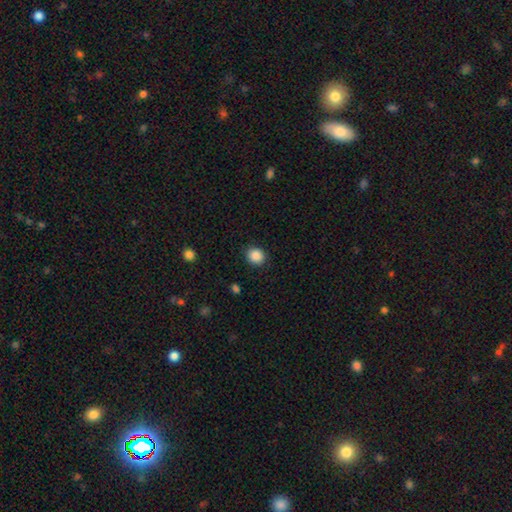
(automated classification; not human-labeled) Smooth or featured?
  - smooth: 88% *
  - star or artifact: 9%
  - featured or disk: 3%
How rounded?
  - round: 80% *
  - in between: 20%
  - cigar-shaped: 1%
Merging?
  - none: 89% *
  - minor disturbance: 7%
  - major disturbance: 2%
  - merger: 1%